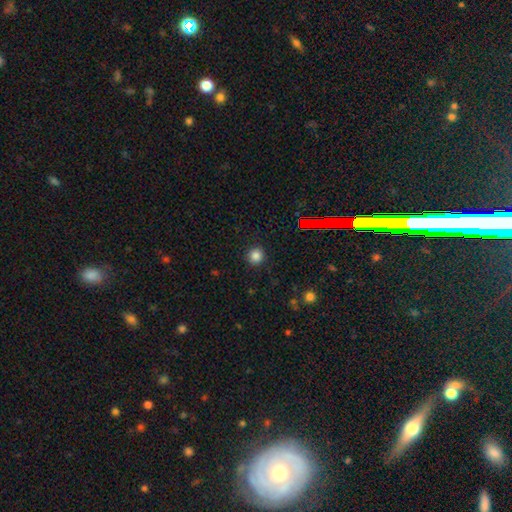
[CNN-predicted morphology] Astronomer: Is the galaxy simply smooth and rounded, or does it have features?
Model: smooth — 82%.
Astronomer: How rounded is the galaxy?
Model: round — 92%.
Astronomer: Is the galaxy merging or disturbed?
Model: none — 91%.